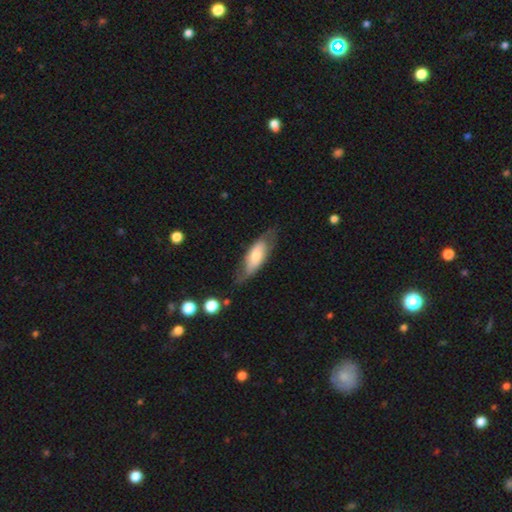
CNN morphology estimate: smooth-or-featured: smooth: 55% | featured or disk: 39% | star or artifact: 6%
  how-rounded: in between: 70% | cigar-shaped: 28% | round: 2%
  merging: none: 64% | minor disturbance: 24% | major disturbance: 10% | merger: 2%